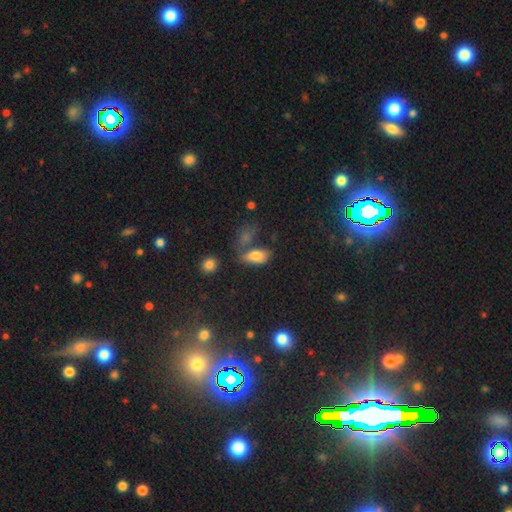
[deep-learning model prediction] Smooth or featured: smooth — 77% (featured or disk — 12%)
How rounded: in between — 90% (cigar-shaped — 5%)
Merging: none — 47% (merger — 24%)